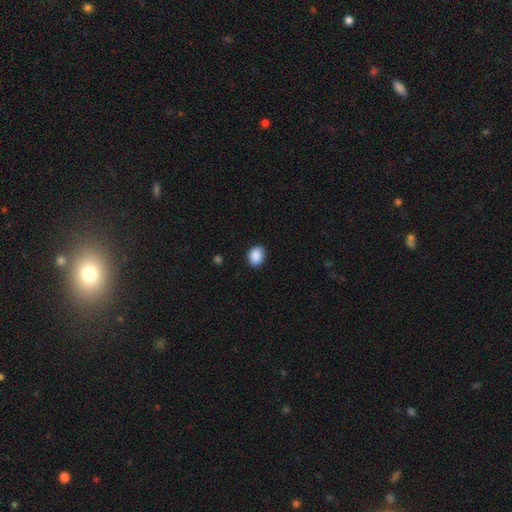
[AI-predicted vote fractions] This appears to be a smooth galaxy with no disk features (89%) that is in between round and cigar-shaped (52%). Merging: none (87%).